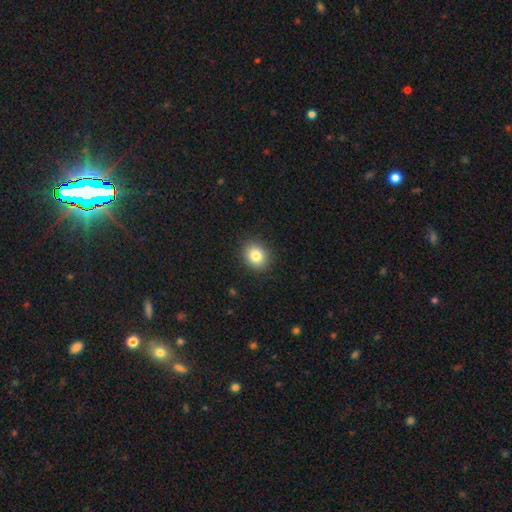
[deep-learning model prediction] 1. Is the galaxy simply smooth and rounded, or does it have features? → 83% smooth, 10% star or artifact, 7% featured or disk.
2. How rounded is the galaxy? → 67% round, 32% in between, 1% cigar-shaped.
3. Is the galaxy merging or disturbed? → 90% none, 7% minor disturbance, 2% major disturbance, 1% merger.